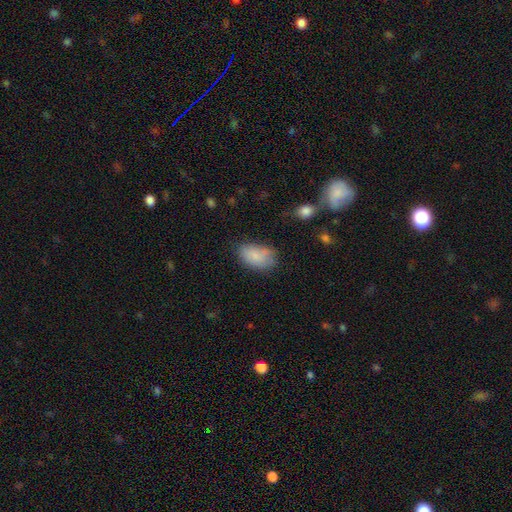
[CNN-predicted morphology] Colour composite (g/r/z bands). It shows a smooth galaxy with no disk features (82%) that is in between round and cigar-shaped (92%). Merging: none (62%).